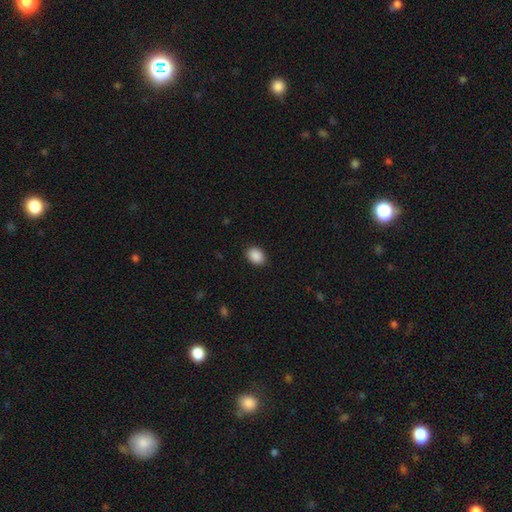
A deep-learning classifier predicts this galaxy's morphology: type=smooth (90%); roundness=in between (70%); merging=none (90%).